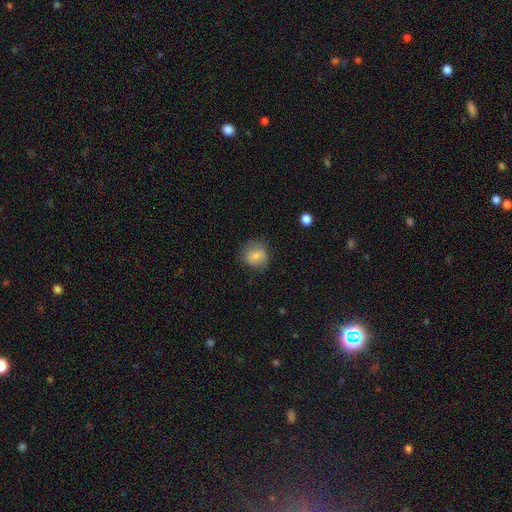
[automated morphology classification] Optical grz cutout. It shows a smooth galaxy with no disk features (75%) that is round (78%). Merging: none (69%).